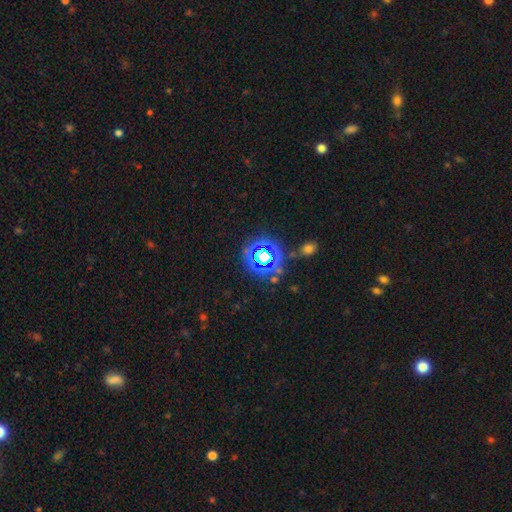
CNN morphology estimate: The model was most divided on "smooth or featured": star or artifact: 68%, smooth: 24%, featured or disk: 8%.